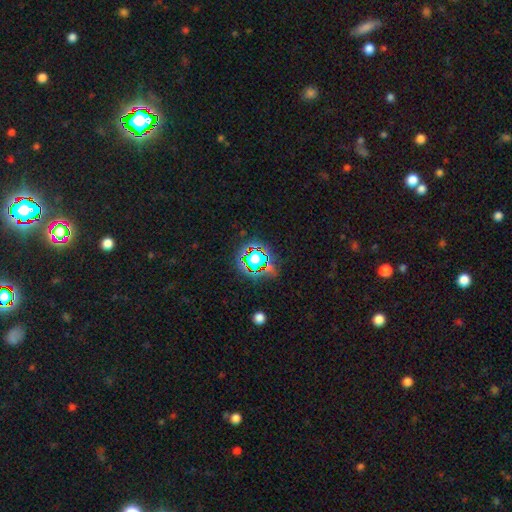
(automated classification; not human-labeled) Overall: star or artifact (58%; smooth 30%).